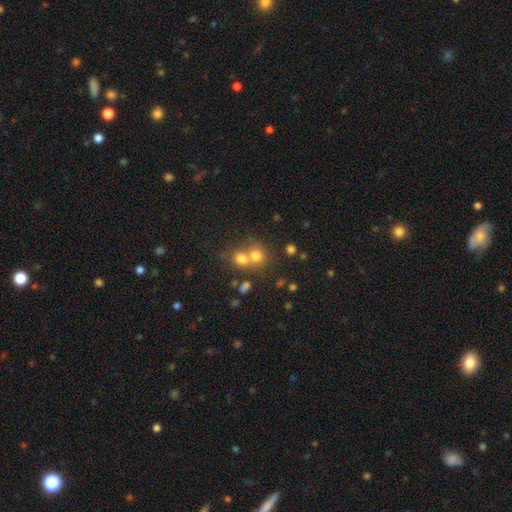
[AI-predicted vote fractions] This appears to be a smooth galaxy with no disk features (74%) that is round (80%). Merging: merger (53%).